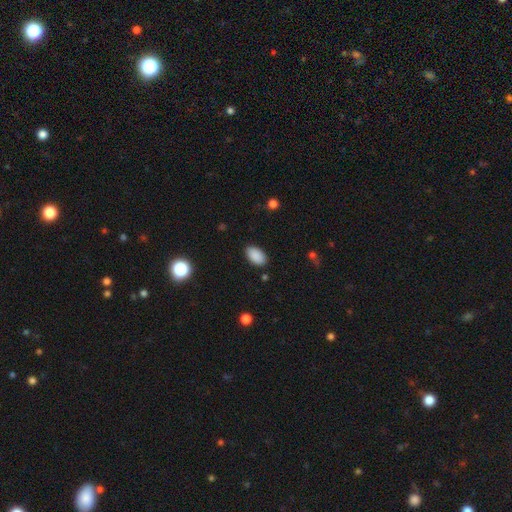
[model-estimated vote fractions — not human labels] A smooth galaxy with no disk features (89%) that is in between round and cigar-shaped (94%).

Vote fractions:
- Smooth or featured? smooth: 89% / star or artifact: 8% / featured or disk: 3%
- How rounded? in between: 94% / round: 5% / cigar-shaped: 1%
- Merging? none: 87% / minor disturbance: 9% / major disturbance: 2% / merger: 1%